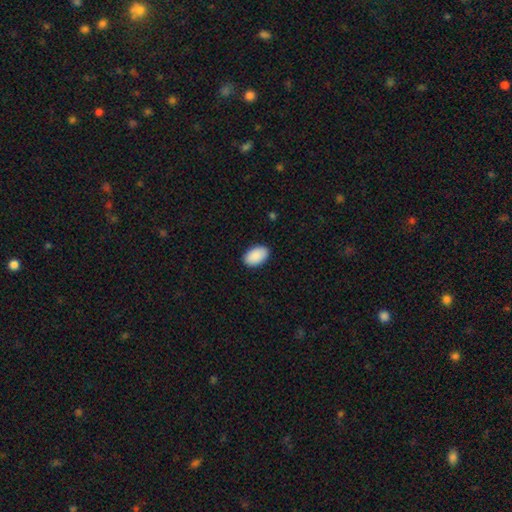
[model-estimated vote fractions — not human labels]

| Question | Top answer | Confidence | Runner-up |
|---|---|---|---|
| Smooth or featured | smooth | 92% | star or artifact (6%) |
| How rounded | in between | 94% | round (5%) |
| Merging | none | 90% | minor disturbance (8%) |